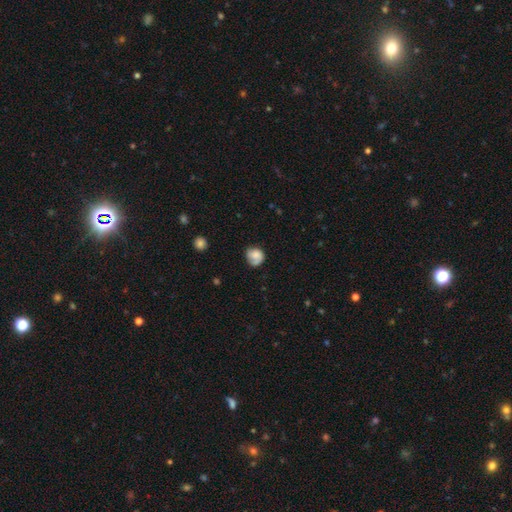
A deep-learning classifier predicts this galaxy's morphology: Overall: smooth (64%; featured or disk 28%). How rounded: round (70%). Merging: none (53%; minor disturbance 28%).